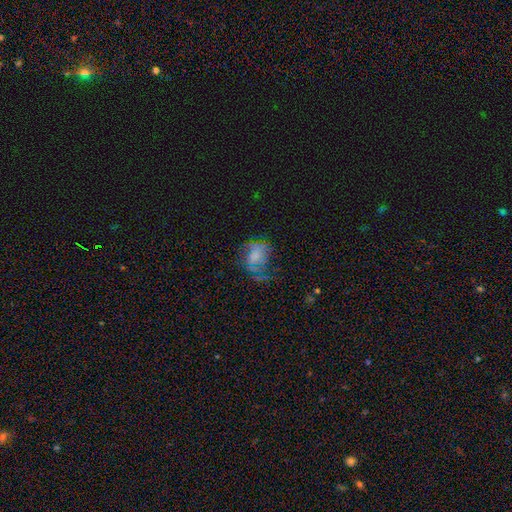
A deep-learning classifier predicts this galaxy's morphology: A featured or disk galaxy (48%). Merging: none (39%).